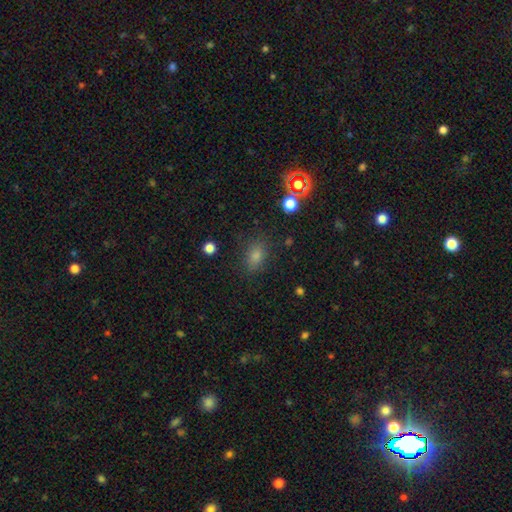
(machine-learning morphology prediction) A smooth galaxy with no disk features (70%) that is in between round and cigar-shaped (70%).

Vote fractions:
- Smooth or featured? smooth: 70% / star or artifact: 22% / featured or disk: 7%
- How rounded? in between: 70% / round: 28% / cigar-shaped: 2%
- Merging? none: 84% / minor disturbance: 11% / major disturbance: 3% / merger: 2%